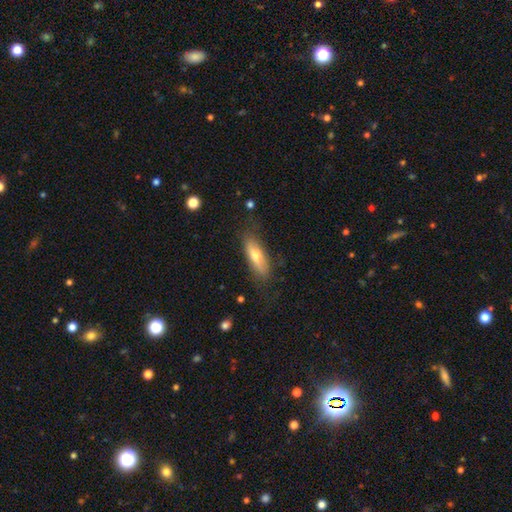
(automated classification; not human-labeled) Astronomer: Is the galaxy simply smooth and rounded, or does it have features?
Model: smooth — 57% (runner-up: featured or disk, 37%).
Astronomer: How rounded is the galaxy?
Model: in between — 53% (runner-up: cigar-shaped, 45%).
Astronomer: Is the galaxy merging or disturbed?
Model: none — 76%.